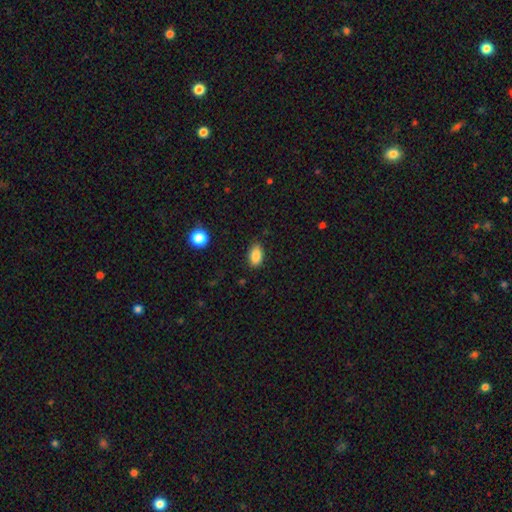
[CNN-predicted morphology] A smooth galaxy with no disk features (87%) that is in between round and cigar-shaped (91%).

Vote fractions:
- Smooth or featured? smooth: 87% / star or artifact: 8% / featured or disk: 5%
- How rounded? in between: 91% / round: 7% / cigar-shaped: 2%
- Merging? none: 83% / minor disturbance: 13% / major disturbance: 3% / merger: 1%